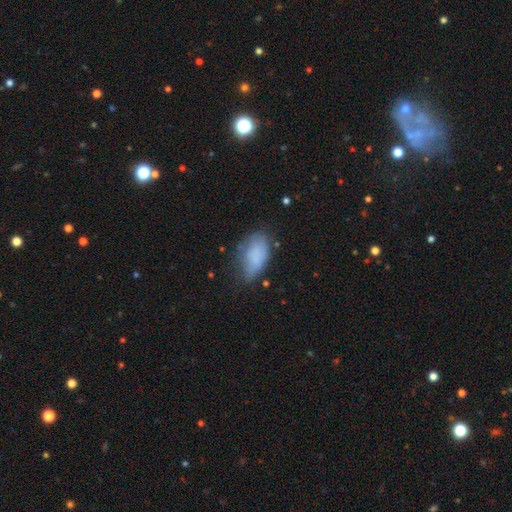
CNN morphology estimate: smooth-or-featured: smooth: 75% | featured or disk: 16% | star or artifact: 9%
  how-rounded: in between: 92% | round: 4% | cigar-shaped: 4%
  merging: none: 45% | minor disturbance: 37% | major disturbance: 15% | merger: 3%